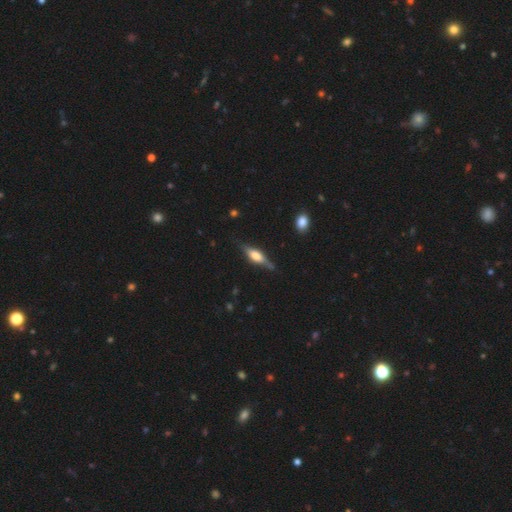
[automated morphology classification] Smooth or featured? Predicted: featured or disk (p=0.57). Edge-on disk? Predicted: yes (p=0.93). Edge-on bulge? Predicted: rounded (p=0.76). Merging? Predicted: none (p=0.76).